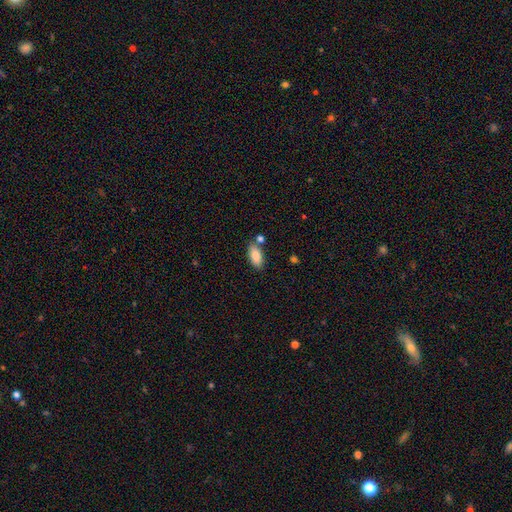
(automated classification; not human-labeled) smooth_or_featured: smooth (p=0.86) [alt: featured or disk p=0.07]
how_rounded: in between (p=0.89) [alt: cigar-shaped p=0.08]
merging: none (p=0.73) [alt: minor disturbance p=0.13]